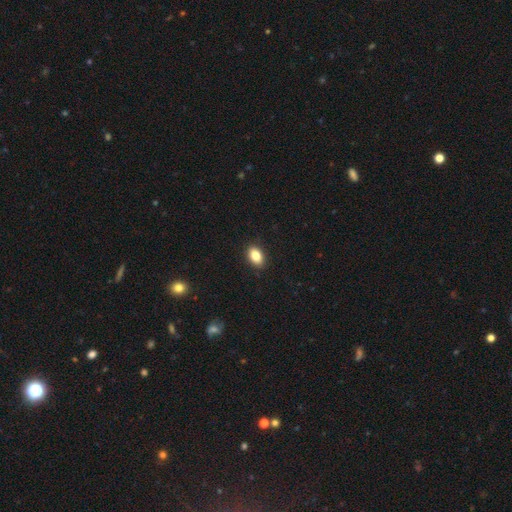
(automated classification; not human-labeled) Smooth or featured? smooth (84%)
How rounded? in between (86%)
Merging? none (90%)